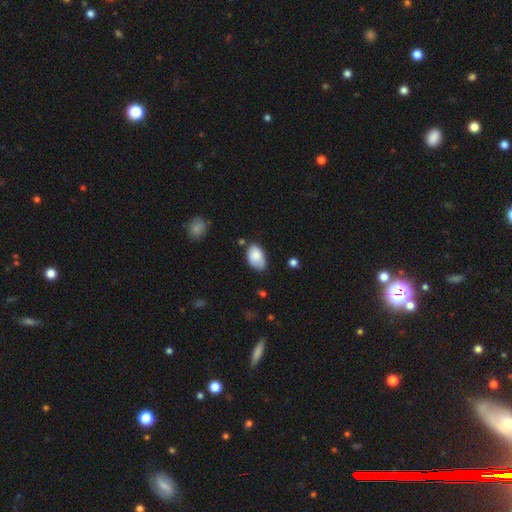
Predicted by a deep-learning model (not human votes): Smooth or featured? smooth (85%)
How rounded? in between (92%)
Merging? none (59%)